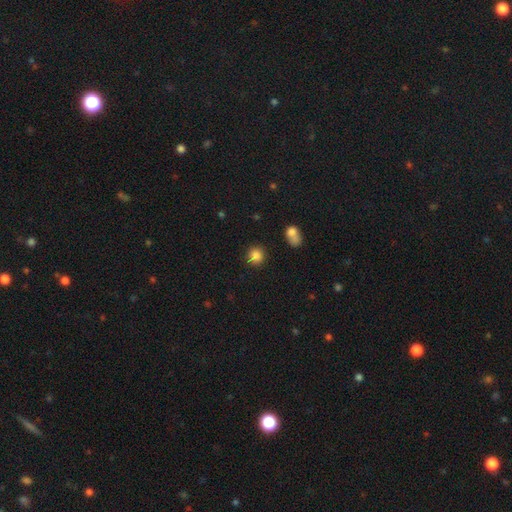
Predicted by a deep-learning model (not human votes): A smooth galaxy with no disk features (84%) that is round (88%). Merging: none (80%).